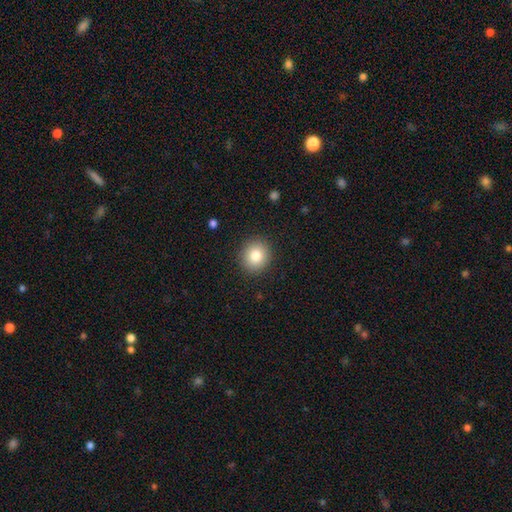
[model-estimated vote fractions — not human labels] smooth_or_featured: smooth (p=0.81) [alt: star or artifact p=0.10]
how_rounded: round (p=0.86) [alt: in between p=0.13]
merging: none (p=0.91) [alt: minor disturbance p=0.06]